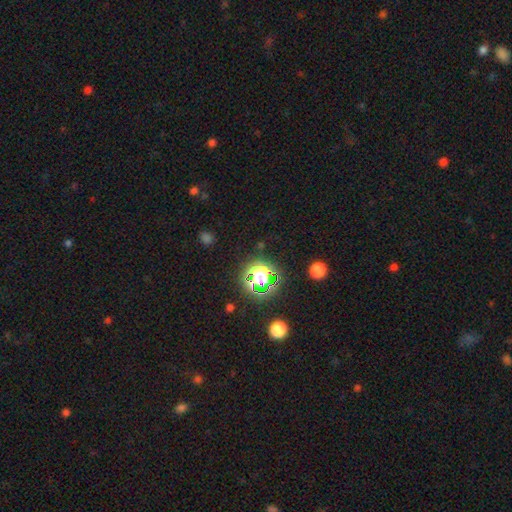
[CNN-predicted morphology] Smooth or featured? star or artifact (78%)